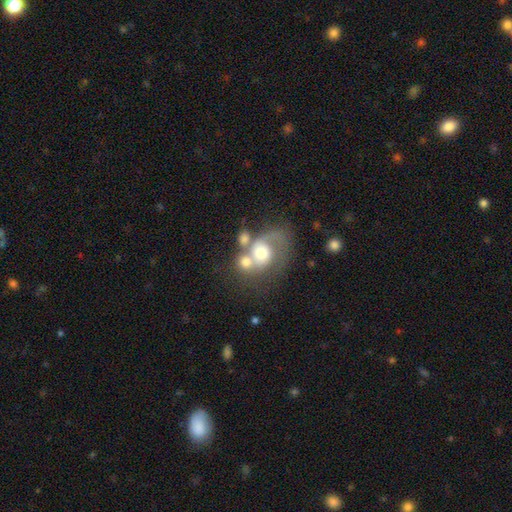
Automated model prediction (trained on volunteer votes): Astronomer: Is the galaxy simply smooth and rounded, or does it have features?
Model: featured or disk — 60%.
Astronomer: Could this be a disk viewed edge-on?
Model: no — 97%.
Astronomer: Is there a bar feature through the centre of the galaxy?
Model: no — 79%.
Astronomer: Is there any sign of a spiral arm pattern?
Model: yes — 68%.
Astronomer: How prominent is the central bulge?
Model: moderate — 49% (runner-up: large, 32%).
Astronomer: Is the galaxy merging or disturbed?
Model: merger — 42% (runner-up: none, 25%).